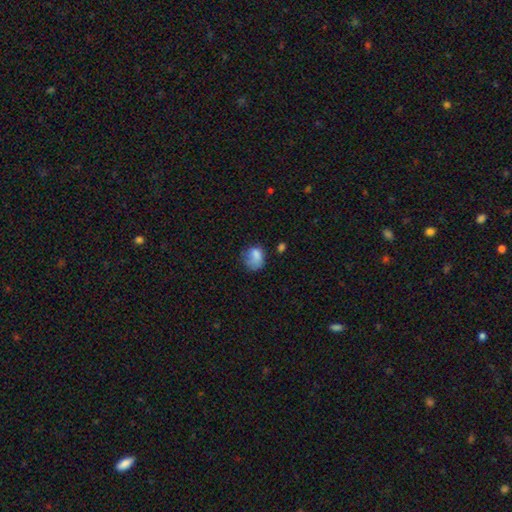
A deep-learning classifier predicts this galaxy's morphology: A smooth galaxy with no disk features (76%) that is round (50%). Merging: none (37%).